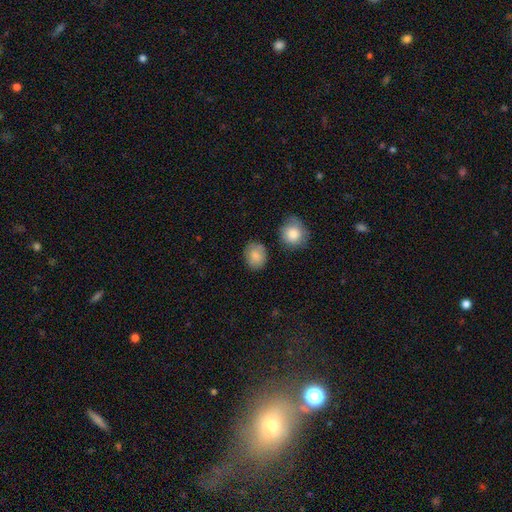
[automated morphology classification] Smooth or featured? Predicted: smooth (p=0.84). How rounded? Predicted: round (p=0.50). Merging? Predicted: none (p=0.77).